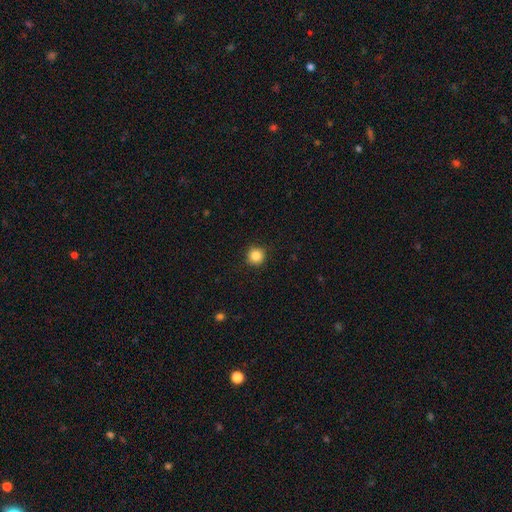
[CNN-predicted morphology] Smooth or featured? Predicted: smooth (p=0.86). How rounded? Predicted: round (p=0.95). Merging? Predicted: none (p=0.91).